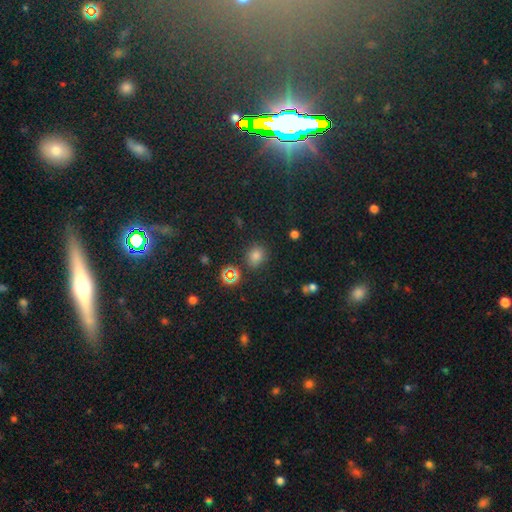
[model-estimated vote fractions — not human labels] A smooth galaxy with no disk features (71%) that is round (72%). Merging: none (84%).